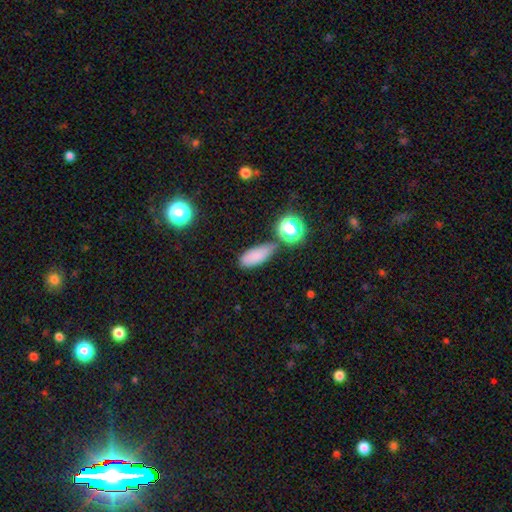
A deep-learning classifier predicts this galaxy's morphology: This appears to be a smooth galaxy with no disk features (79%) that is in between round and cigar-shaped (73%). Merging: none (66%).